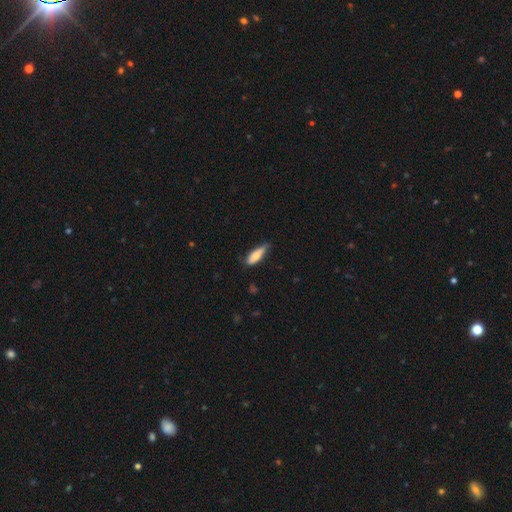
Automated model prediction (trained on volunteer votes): Smooth or featured: smooth — 72% (featured or disk — 22%)
How rounded: cigar-shaped — 51% (in between — 47%)
Merging: none — 58% (minor disturbance — 34%)